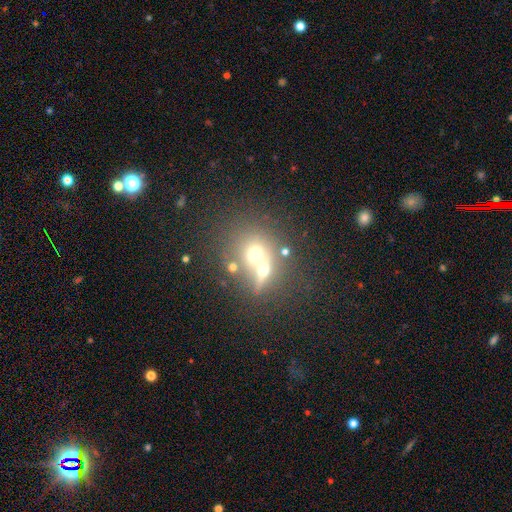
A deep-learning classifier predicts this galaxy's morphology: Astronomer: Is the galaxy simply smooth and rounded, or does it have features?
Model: smooth — 55%.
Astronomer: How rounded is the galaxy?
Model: round — 75%.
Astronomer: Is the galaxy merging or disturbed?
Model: merger — 50% (runner-up: none, 36%).